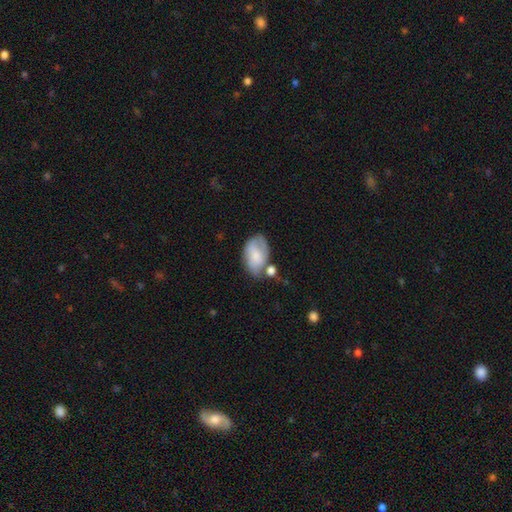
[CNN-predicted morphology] Q: Smooth or featured?
A: smooth (63%); runner-up: featured or disk (30%)
Q: How rounded?
A: in between (89%); runner-up: round (9%)
Q: Merging?
A: none (42%); runner-up: minor disturbance (26%)